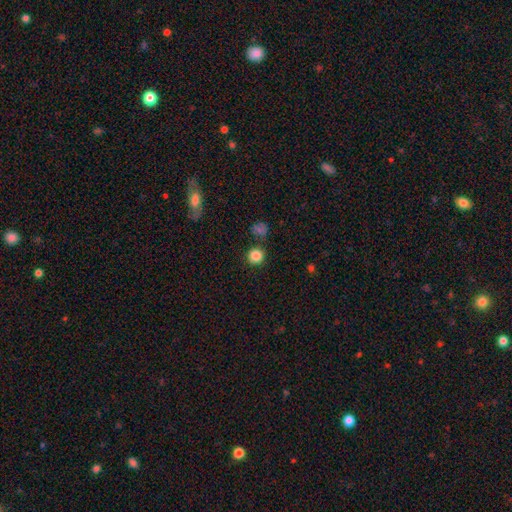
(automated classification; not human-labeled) smooth 85%, star or artifact 11%, featured or disk 4%. Down the decision tree: how rounded — round (92%); merging — none (84%).